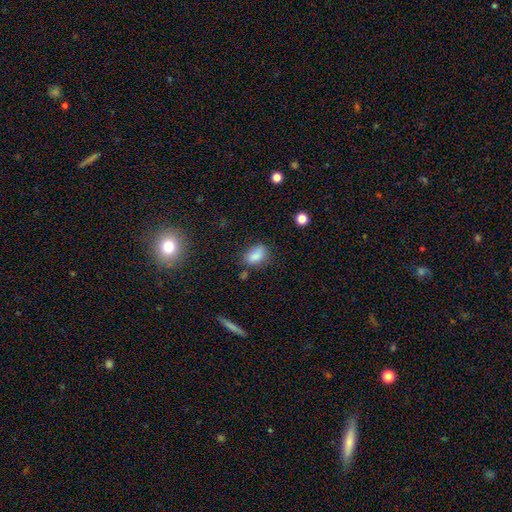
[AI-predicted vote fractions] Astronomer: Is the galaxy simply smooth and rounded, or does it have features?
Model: smooth — 83%.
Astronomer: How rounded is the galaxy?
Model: in between — 82%.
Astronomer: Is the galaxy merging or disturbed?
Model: none — 61%.